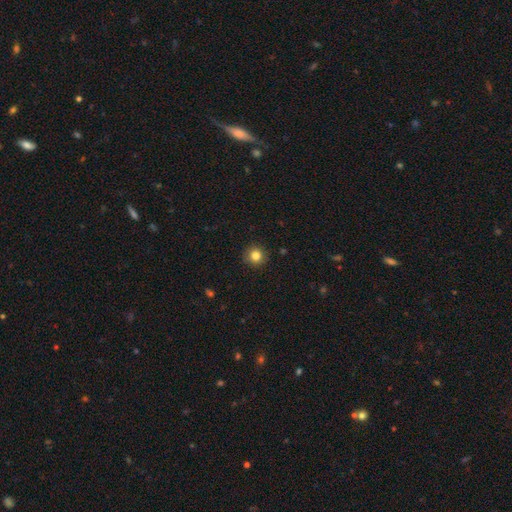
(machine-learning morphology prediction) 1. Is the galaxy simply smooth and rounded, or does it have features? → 83% smooth, 11% star or artifact, 5% featured or disk.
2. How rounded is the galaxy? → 93% round, 6% in between, 1% cigar-shaped.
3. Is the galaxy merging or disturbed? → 91% none, 6% minor disturbance, 2% major disturbance, 1% merger.